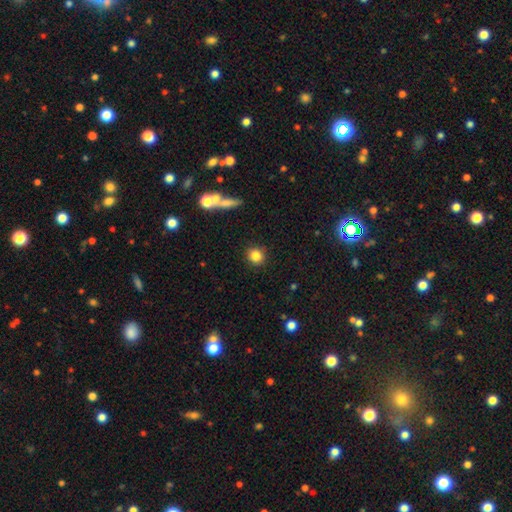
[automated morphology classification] Overall: smooth (84%). How rounded: round (86%). Merging: none (89%).